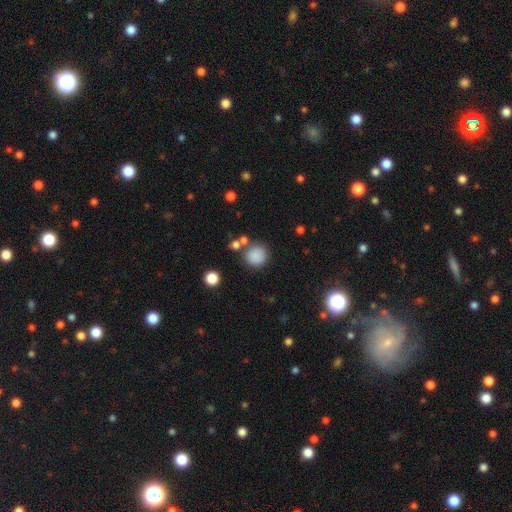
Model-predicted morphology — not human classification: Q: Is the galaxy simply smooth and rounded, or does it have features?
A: smooth — 84%.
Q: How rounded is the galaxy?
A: round — 90%.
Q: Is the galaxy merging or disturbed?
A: none — 75%.